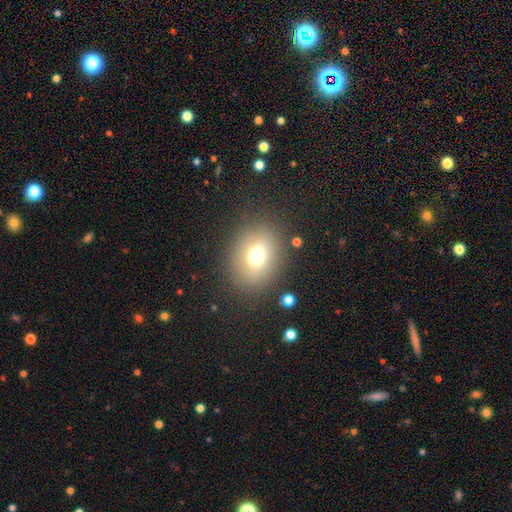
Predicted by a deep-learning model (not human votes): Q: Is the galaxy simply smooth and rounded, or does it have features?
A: smooth — 70%.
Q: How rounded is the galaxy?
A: in between — 53%.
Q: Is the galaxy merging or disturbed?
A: none — 81%.